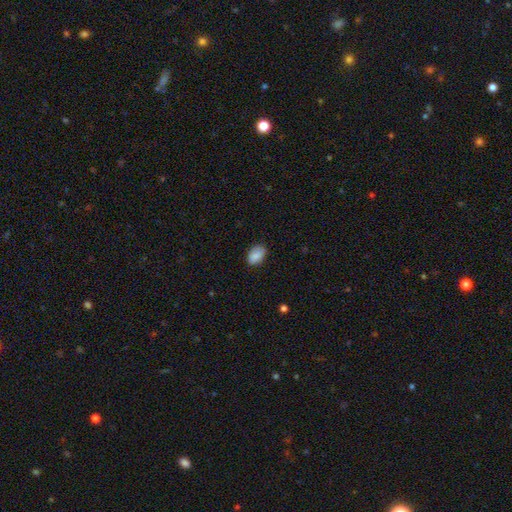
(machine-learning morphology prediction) The model was most divided on "merging": none: 78%, minor disturbance: 17%, major disturbance: 3%, merger: 1%. More confident: how rounded — in between (87%); smooth or featured — smooth (86%).